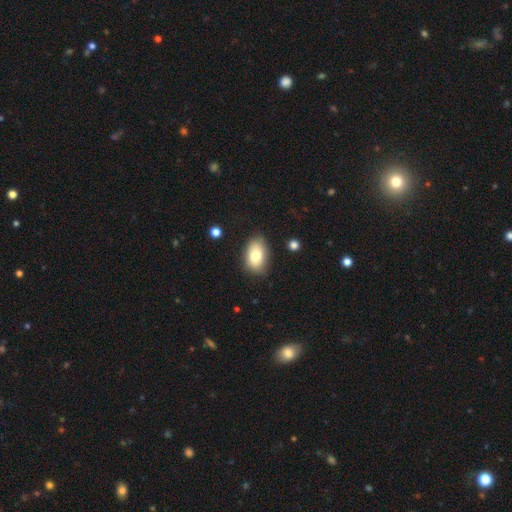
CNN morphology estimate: Overall: smooth (77%). How rounded: in between (89%). Merging: none (80%).